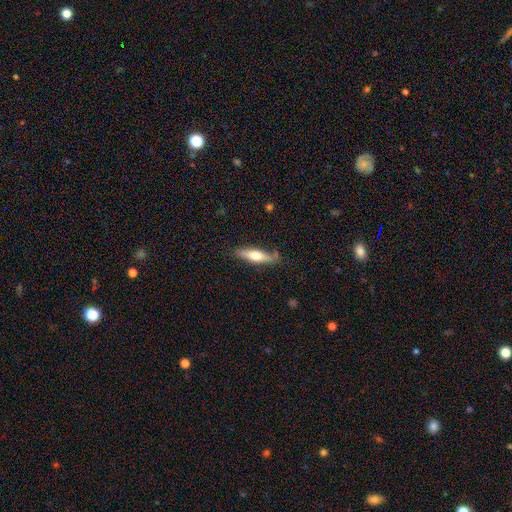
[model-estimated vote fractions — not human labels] Smooth or featured: smooth — 54% (featured or disk — 41%)
How rounded: cigar-shaped — 72% (in between — 26%)
Merging: none — 77% (minor disturbance — 16%)